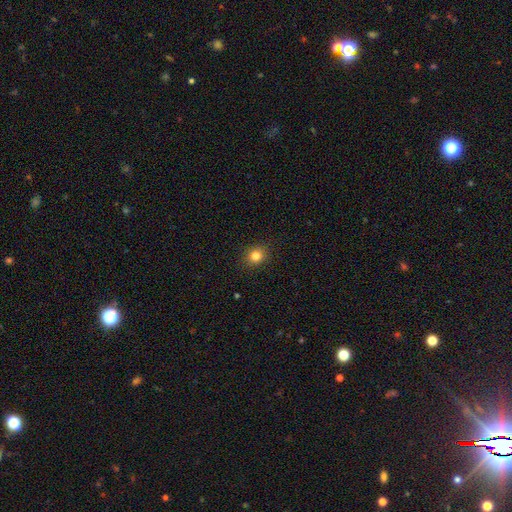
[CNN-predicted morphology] A smooth galaxy with no disk features (82%) that is round (75%). Merging: none (90%).